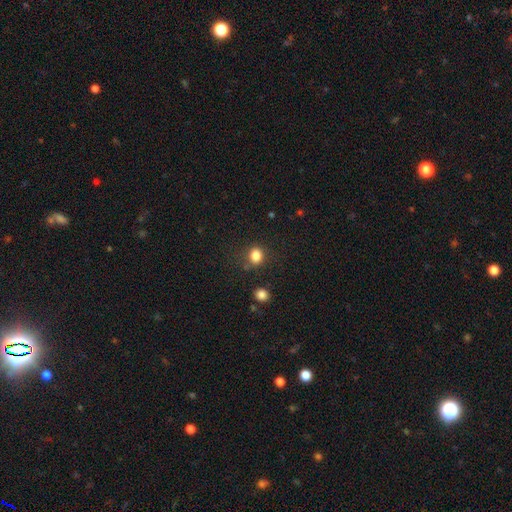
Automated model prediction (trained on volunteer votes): Smooth or featured?
  - smooth: 83% *
  - star or artifact: 12%
  - featured or disk: 5%
How rounded?
  - round: 65% *
  - in between: 34%
  - cigar-shaped: 1%
Merging?
  - none: 77% *
  - minor disturbance: 14%
  - merger: 5%
  - major disturbance: 5%